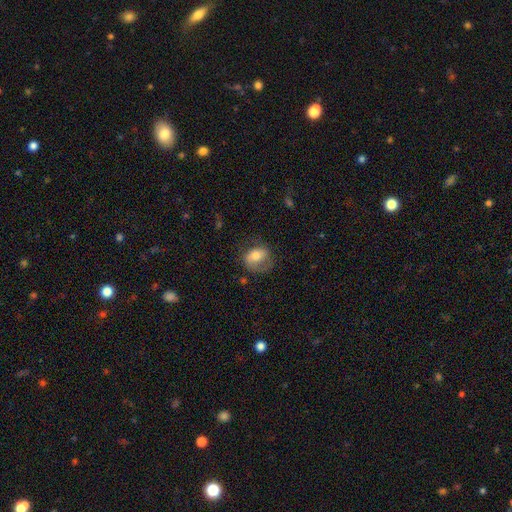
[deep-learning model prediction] Smooth or featured? Predicted: smooth (p=0.59). How rounded? Predicted: in between (p=0.63). Merging? Predicted: none (p=0.55).